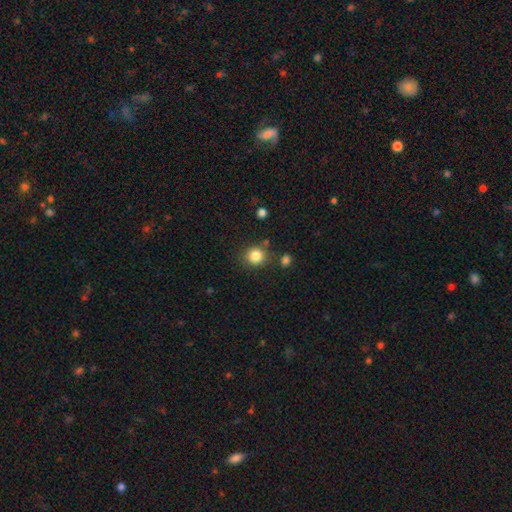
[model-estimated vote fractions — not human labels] The model was most divided on "merging": none: 80%, minor disturbance: 10%, merger: 6%, major disturbance: 4%. More confident: how rounded — round (85%); smooth or featured — smooth (84%).